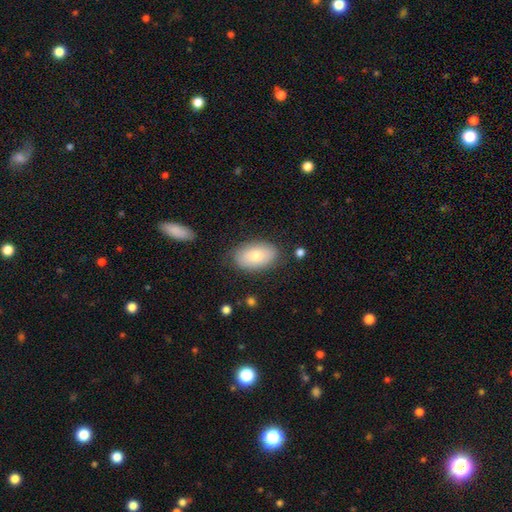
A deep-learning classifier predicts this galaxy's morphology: Overall: smooth (73%). How rounded: in between (91%). Merging: none (81%).